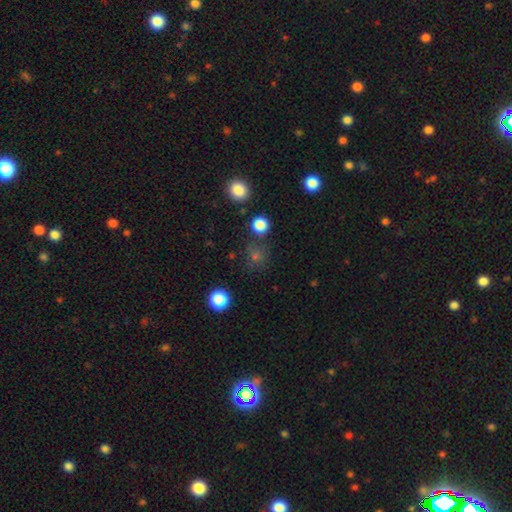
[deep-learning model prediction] Smooth or featured: smooth — 63% (star or artifact — 30%)
How rounded: round — 89% (in between — 10%)
Merging: none — 79% (minor disturbance — 10%)